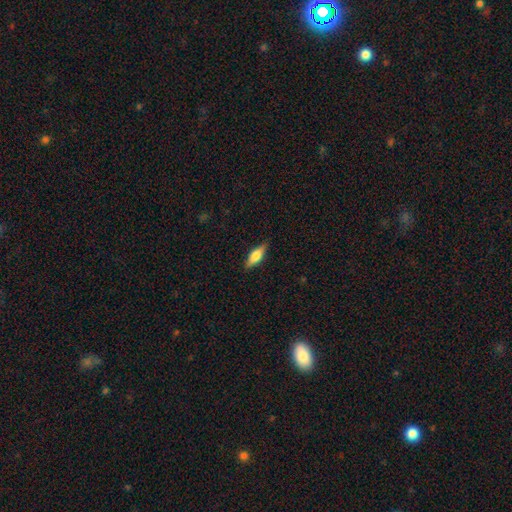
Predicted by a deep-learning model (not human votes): A smooth galaxy with no disk features (63%) that is in between round and cigar-shaped (61%).

Vote fractions:
- Smooth or featured? smooth: 63% / featured or disk: 30% / star or artifact: 6%
- How rounded? in between: 61% / cigar-shaped: 36% / round: 3%
- Merging? none: 86% / minor disturbance: 11% / major disturbance: 2% / merger: 1%